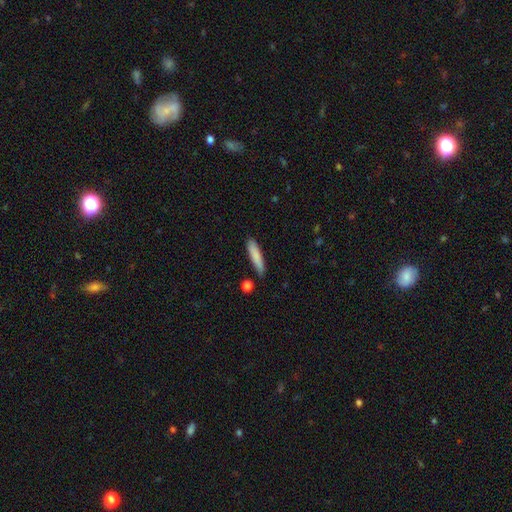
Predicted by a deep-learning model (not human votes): A smooth galaxy with no disk features (84%) that is cigar-shaped (83%).

Vote fractions:
- Smooth or featured? smooth: 84% / featured or disk: 10% / star or artifact: 6%
- How rounded? cigar-shaped: 83% / in between: 15% / round: 1%
- Merging? none: 80% / minor disturbance: 14% / merger: 3% / major disturbance: 3%